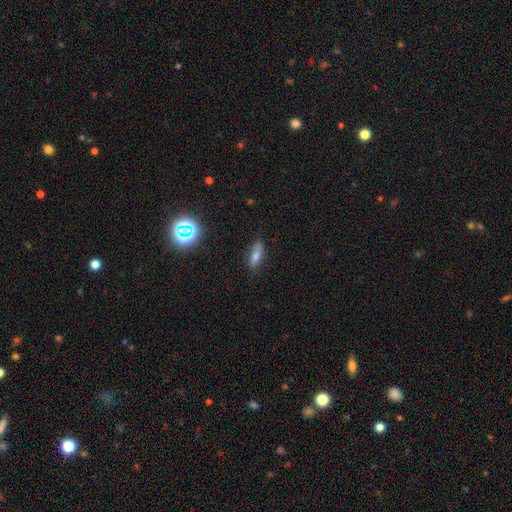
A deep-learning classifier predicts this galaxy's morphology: Smooth or featured? smooth (66%)
How rounded? in between (55%)
Merging? none (80%)